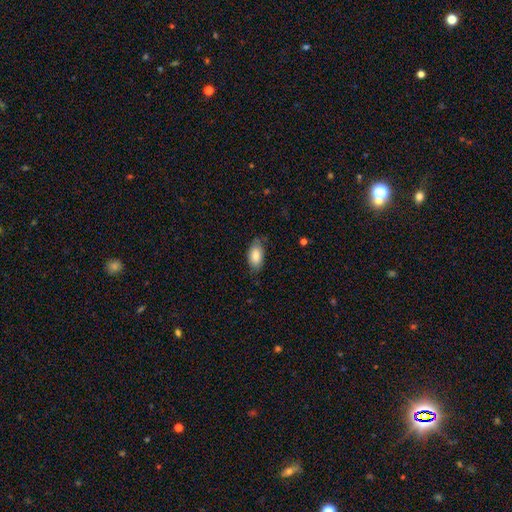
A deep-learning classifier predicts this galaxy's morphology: Smooth or featured? smooth (82%)
How rounded? in between (93%)
Merging? none (69%)